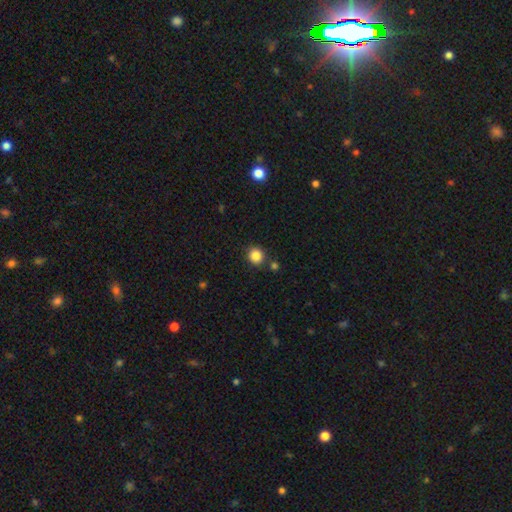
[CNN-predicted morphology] Smooth or featured?
  - smooth: 85% *
  - star or artifact: 11%
  - featured or disk: 4%
How rounded?
  - round: 84% *
  - in between: 15%
  - cigar-shaped: 1%
Merging?
  - none: 81% *
  - minor disturbance: 9%
  - merger: 7%
  - major disturbance: 3%